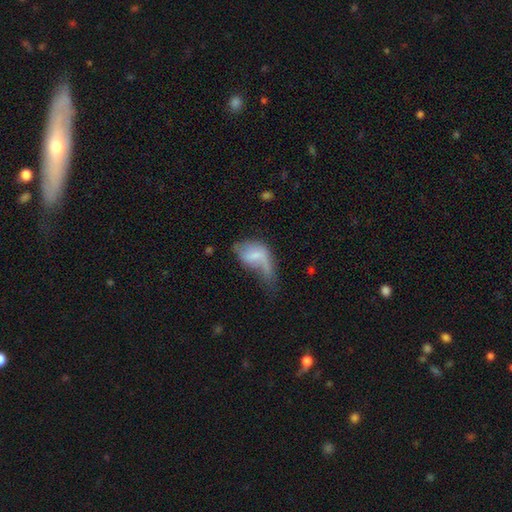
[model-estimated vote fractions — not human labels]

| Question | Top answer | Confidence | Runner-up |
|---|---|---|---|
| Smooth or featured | smooth | 51% | featured or disk (41%) |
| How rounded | in between | 86% | round (10%) |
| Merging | major disturbance | 52% | minor disturbance (24%) |